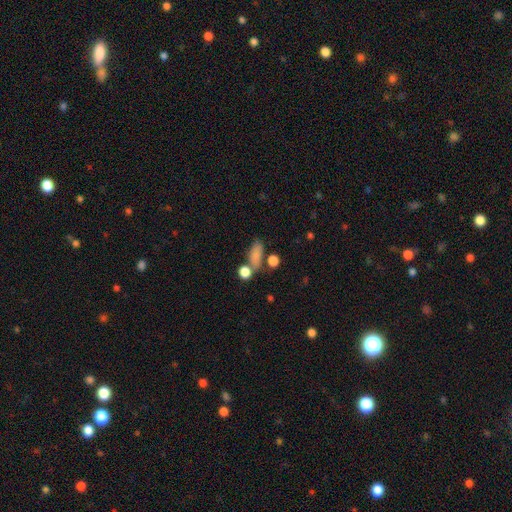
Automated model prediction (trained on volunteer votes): Overall: smooth (80%). How rounded: in between (73%). Merging: none (58%; merger 19%).